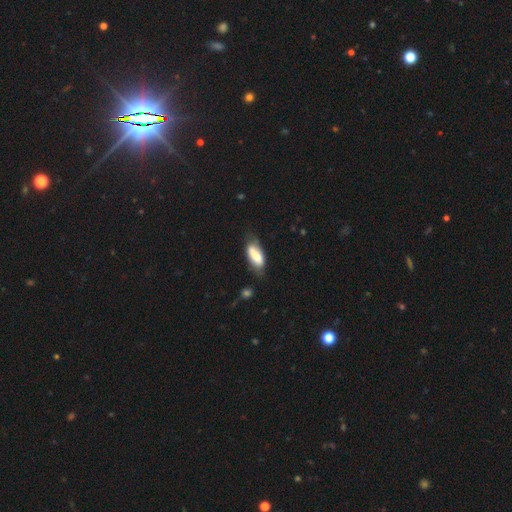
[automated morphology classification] smooth-or-featured: smooth: 71% | featured or disk: 22% | star or artifact: 7%
  how-rounded: in between: 76% | cigar-shaped: 21% | round: 2%
  merging: none: 49% | minor disturbance: 34% | major disturbance: 12% | merger: 5%